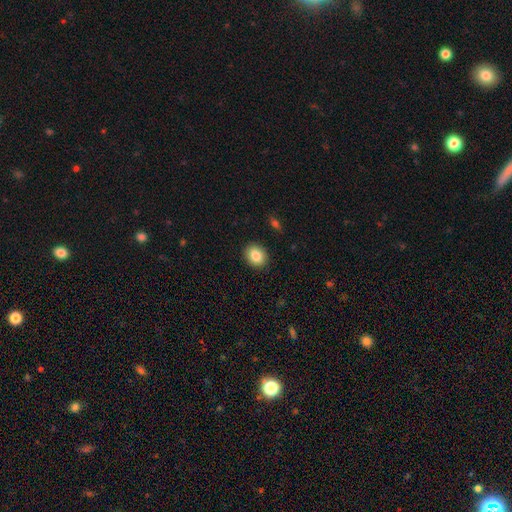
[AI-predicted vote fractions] This appears to be a smooth galaxy with no disk features (84%) that is round (57%). Merging: none (90%).